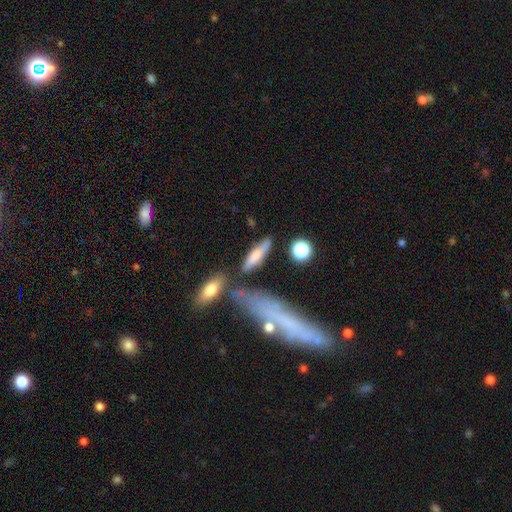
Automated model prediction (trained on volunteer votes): A smooth galaxy with no disk features (64%) that is cigar-shaped (67%).

Vote fractions:
- Smooth or featured? smooth: 64% / featured or disk: 29% / star or artifact: 8%
- How rounded? cigar-shaped: 67% / in between: 30% / round: 3%
- Merging? none: 66% / minor disturbance: 18% / merger: 10% / major disturbance: 6%